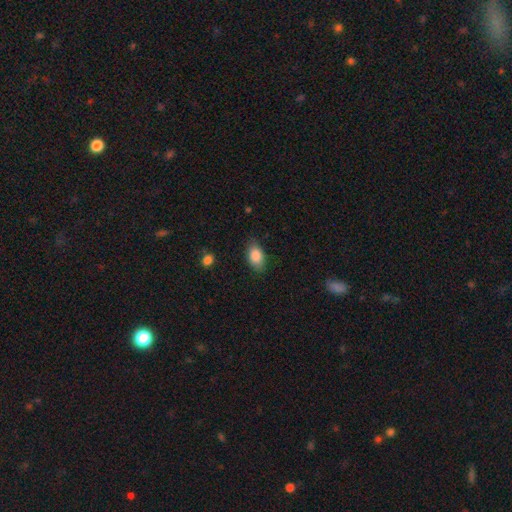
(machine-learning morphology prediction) smooth_or_featured: smooth (p=0.87) [alt: star or artifact p=0.07]
how_rounded: in between (p=0.90) [alt: round p=0.08]
merging: none (p=0.81) [alt: minor disturbance p=0.15]